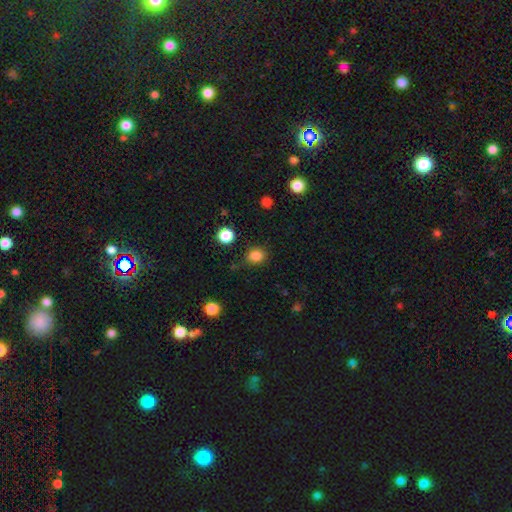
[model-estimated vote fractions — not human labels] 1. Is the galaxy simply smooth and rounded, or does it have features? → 84% smooth, 12% star or artifact, 4% featured or disk.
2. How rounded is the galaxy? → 70% round, 30% in between, 1% cigar-shaped.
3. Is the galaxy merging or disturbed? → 81% none, 12% minor disturbance, 4% major disturbance, 3% merger.